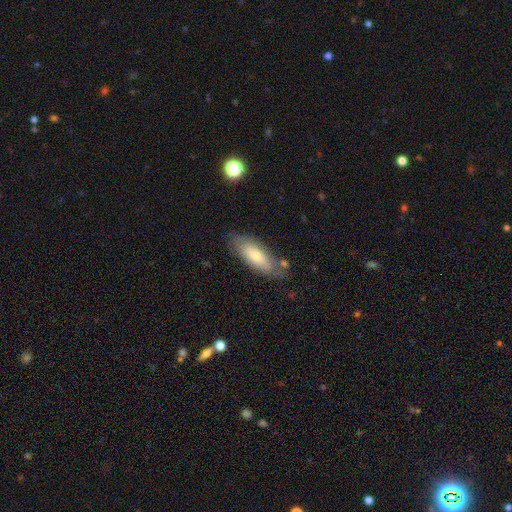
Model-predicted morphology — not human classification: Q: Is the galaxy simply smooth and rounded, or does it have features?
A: smooth — 71%.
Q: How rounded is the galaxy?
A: in between — 70%.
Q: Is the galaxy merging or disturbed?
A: none — 72%.